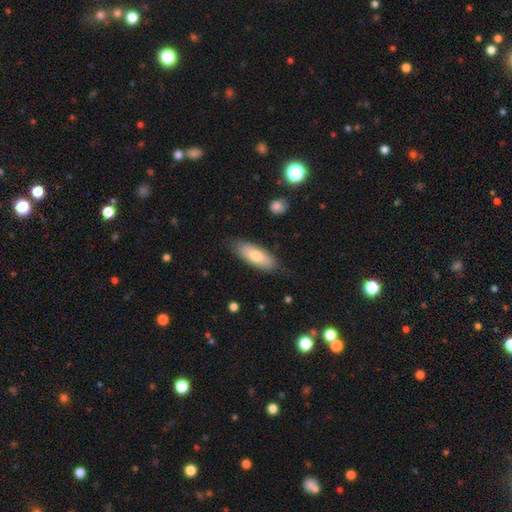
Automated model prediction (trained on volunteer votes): Morphology: type=smooth (74%); roundness=in between (76%); merging=none (79%).